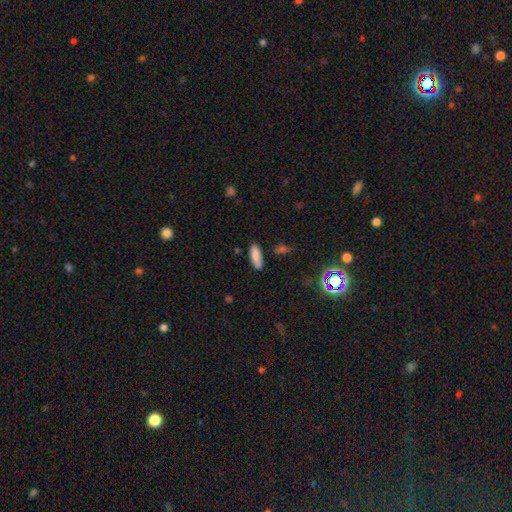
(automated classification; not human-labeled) Smooth or featured?
  - smooth: 86% *
  - star or artifact: 9%
  - featured or disk: 6%
How rounded?
  - in between: 60% *
  - cigar-shaped: 38%
  - round: 2%
Merging?
  - none: 79% *
  - minor disturbance: 15%
  - merger: 3%
  - major disturbance: 3%